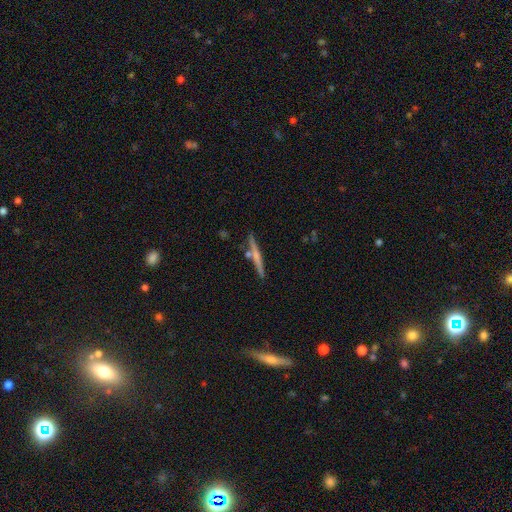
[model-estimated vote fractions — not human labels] Q: Smooth or featured?
A: featured or disk (51%); runner-up: smooth (43%)
Q: Edge-on disk?
A: yes (97%); runner-up: no (3%)
Q: Merging?
A: none (80%); runner-up: minor disturbance (10%)